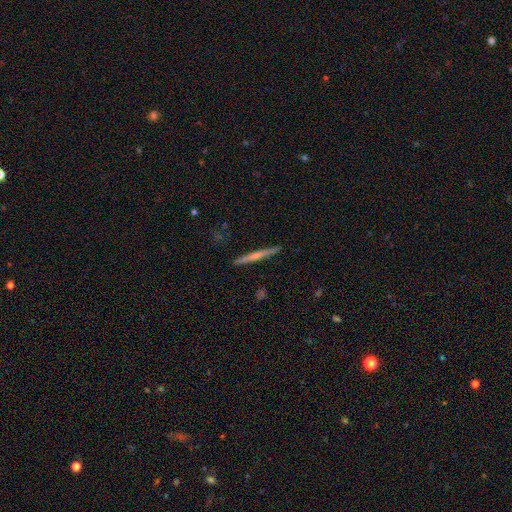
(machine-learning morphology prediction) featured or disk 50%, smooth 44%, star or artifact 6%. Down the decision tree: edge-on disk — yes (98%); merging — none (91%).